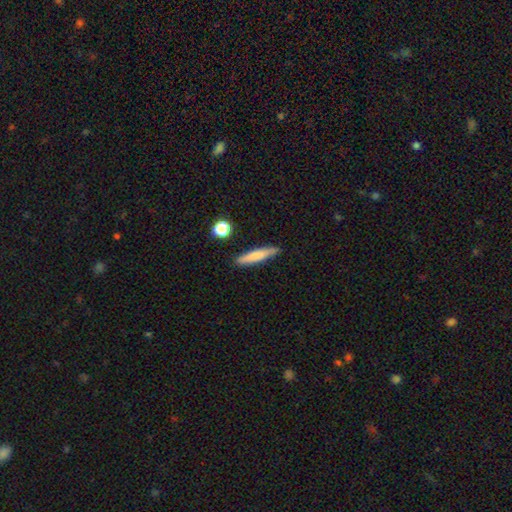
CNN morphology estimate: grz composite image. It shows a smooth galaxy with no disk features (73%) that is cigar-shaped (88%). Merging: none (85%).